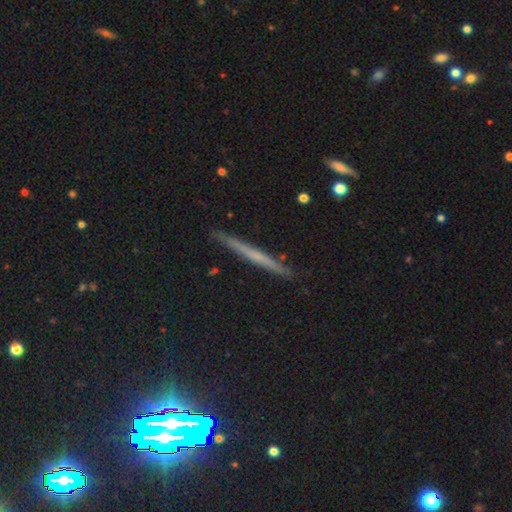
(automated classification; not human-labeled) Smooth or featured? featured or disk (51%)
Edge-on disk? yes (96%)
Merging? none (90%)